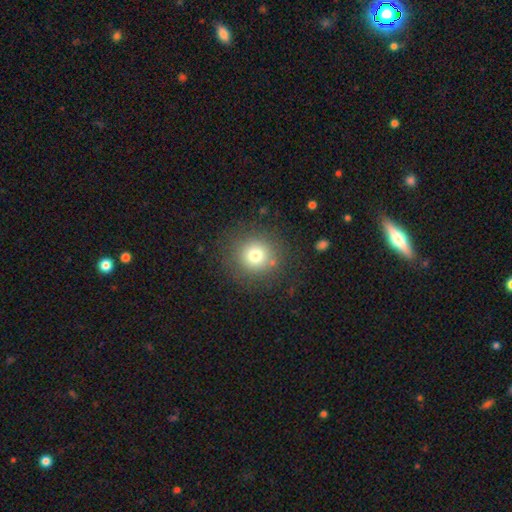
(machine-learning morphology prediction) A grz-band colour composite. It shows a smooth galaxy with no disk features (75%) that is round (92%). Merging: none (85%).